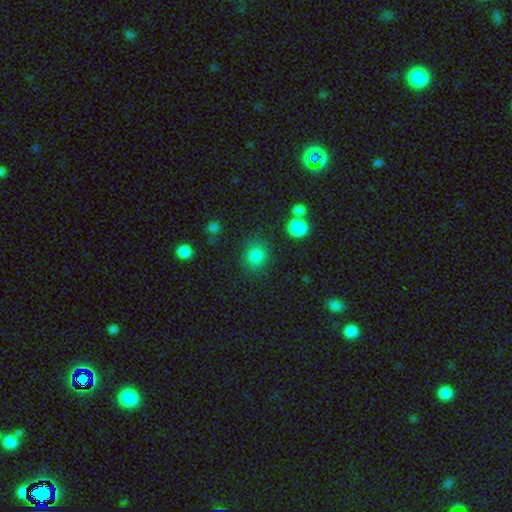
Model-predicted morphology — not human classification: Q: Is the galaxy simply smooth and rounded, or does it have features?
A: smooth — 83%.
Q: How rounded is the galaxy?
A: round — 79%.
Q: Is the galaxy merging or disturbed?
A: none — 81%.